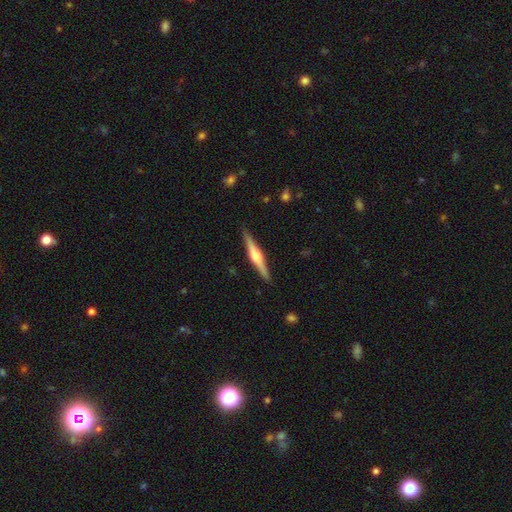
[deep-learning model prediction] Smooth or featured? featured or disk (72%)
Edge-on disk? yes (98%)
Edge-on bulge? rounded (82%)
Merging? none (91%)